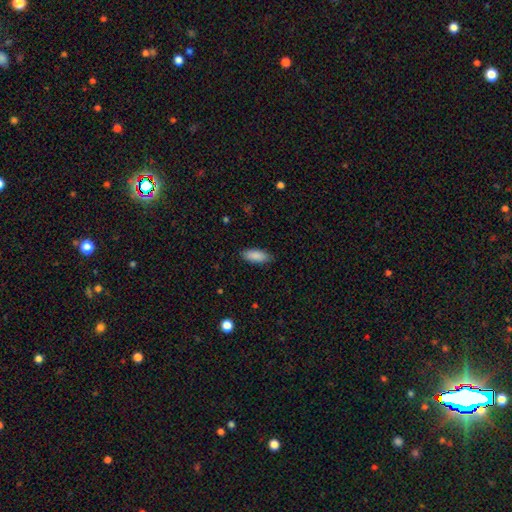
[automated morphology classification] Smooth or featured? Predicted: smooth (p=0.89). How rounded? Predicted: in between (p=0.82). Merging? Predicted: none (p=0.86).